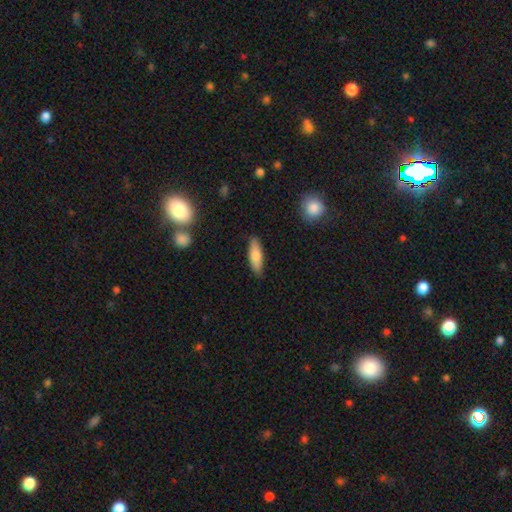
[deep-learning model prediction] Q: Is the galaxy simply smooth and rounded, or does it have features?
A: smooth — 75%.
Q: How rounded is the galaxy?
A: in between — 53%.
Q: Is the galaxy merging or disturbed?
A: none — 85%.